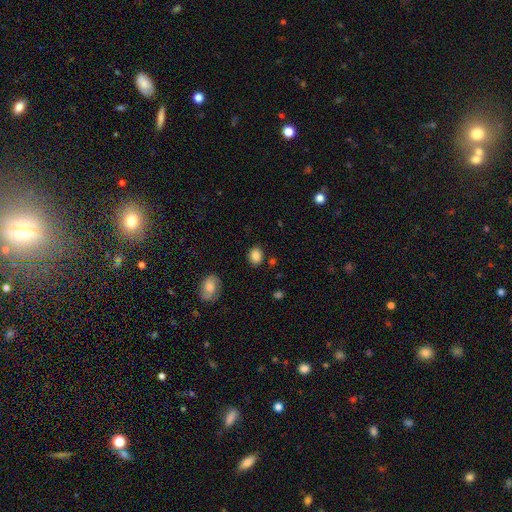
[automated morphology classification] This appears to be a smooth galaxy with no disk features (85%) that is in between round and cigar-shaped (53%). Merging: none (85%).